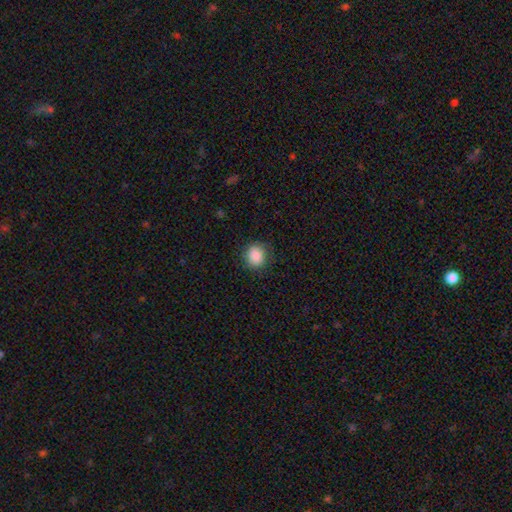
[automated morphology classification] This is clearly a smooth galaxy (88%). How rounded: likely round (76%). Merging: clearly none (84%).